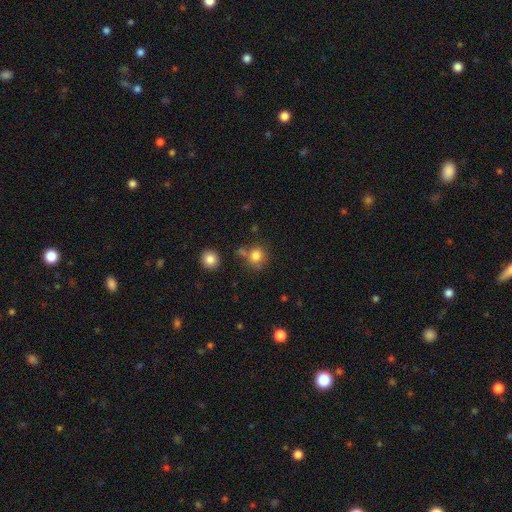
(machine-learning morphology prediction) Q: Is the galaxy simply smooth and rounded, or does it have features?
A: smooth — 80%.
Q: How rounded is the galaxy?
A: round — 80%.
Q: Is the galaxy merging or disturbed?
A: none — 64%.